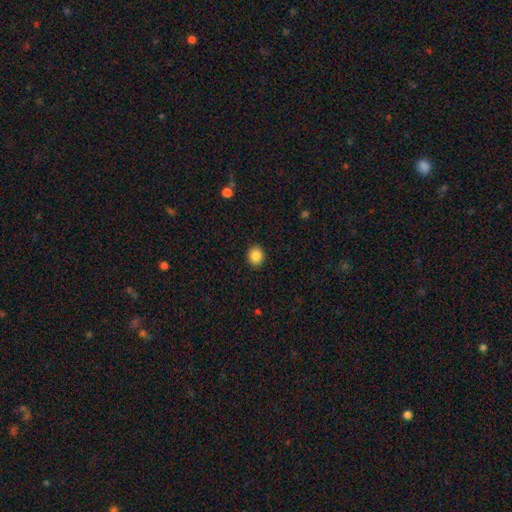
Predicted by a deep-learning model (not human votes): Smooth or featured?
  - smooth: 87% *
  - star or artifact: 9%
  - featured or disk: 4%
How rounded?
  - round: 72% *
  - in between: 27%
  - cigar-shaped: 1%
Merging?
  - none: 91% *
  - minor disturbance: 6%
  - major disturbance: 2%
  - merger: 1%